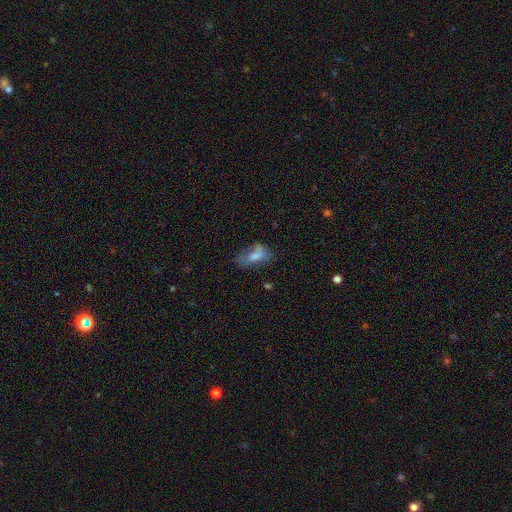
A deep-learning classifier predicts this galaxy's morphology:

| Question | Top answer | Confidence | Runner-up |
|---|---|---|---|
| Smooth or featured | smooth | 61% | featured or disk (28%) |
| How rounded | in between | 88% | cigar-shaped (6%) |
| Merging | none | 37% | major disturbance (30%) |